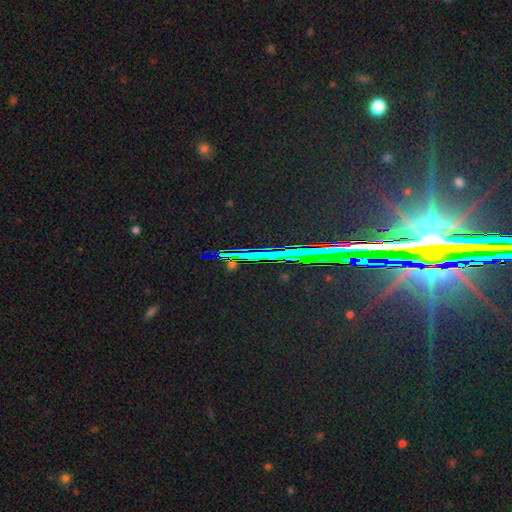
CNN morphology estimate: This appears to be a star or artifact, not a galaxy (81%).